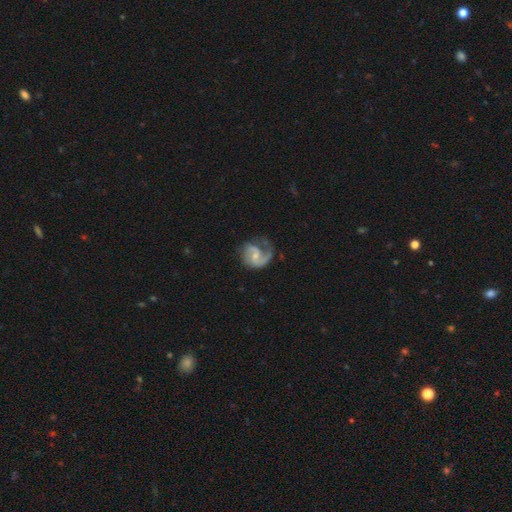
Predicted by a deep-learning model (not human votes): Smooth or featured: featured or disk — 83% (smooth — 12%)
Edge-on disk: no — 98% (yes — 2%)
Bar: weak — 46% (no — 44%)
Spiral arms: yes — 95% (no — 5%)
Spiral winding: medium — 50% (loose — 31%)
Spiral arm count: 2 — 58% (1 — 35%)
Bulge size: small — 58% (moderate — 30%)
Merging: none — 52% (major disturbance — 24%)